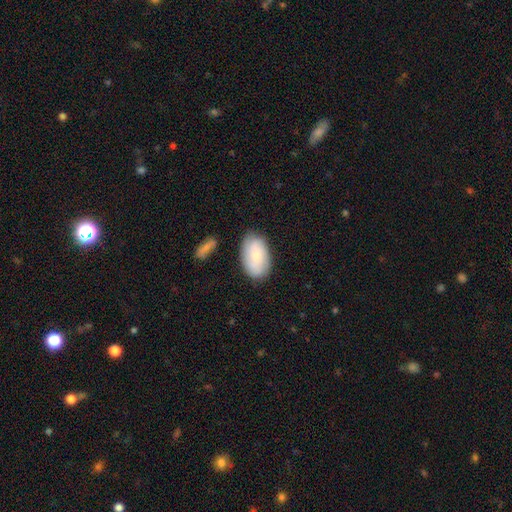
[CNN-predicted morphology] A smooth galaxy with no disk features (66%) that is in between round and cigar-shaped (92%). Merging: none (77%).